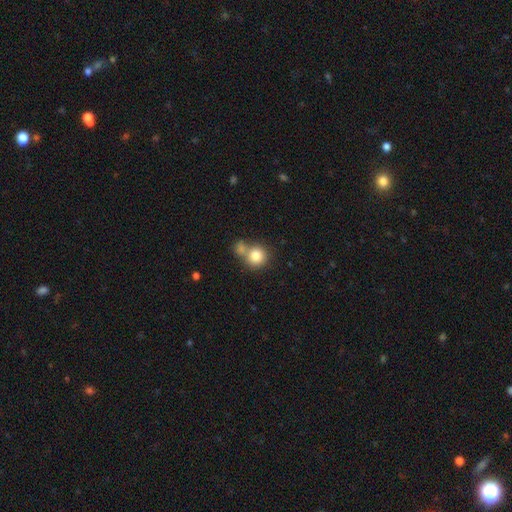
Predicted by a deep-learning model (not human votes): A smooth galaxy with no disk features (81%) that is round (88%). Merging: none (46%).